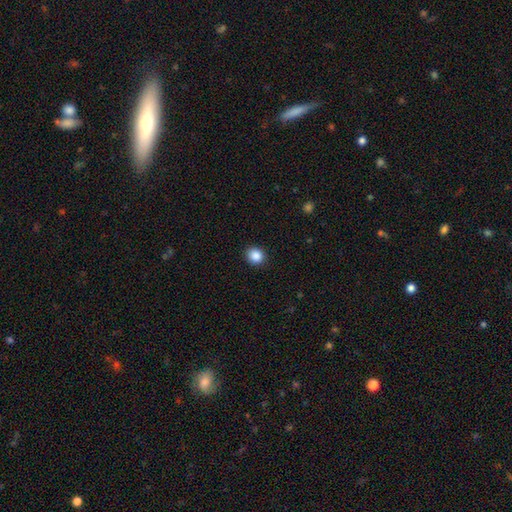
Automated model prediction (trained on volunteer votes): Morphology: type=smooth (88%); roundness=round (81%); merging=none (91%).